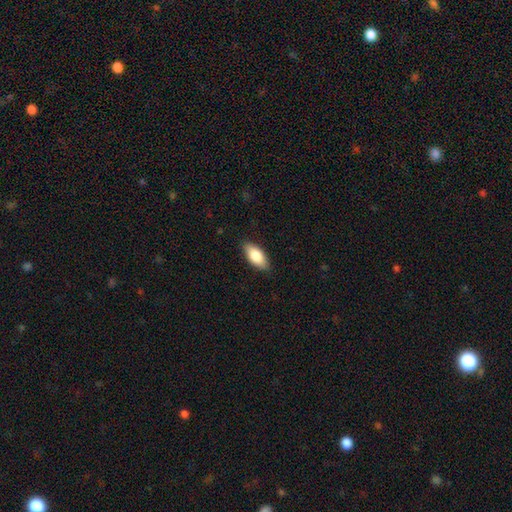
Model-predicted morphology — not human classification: This appears to be a smooth galaxy with no disk features (82%) that is in between round and cigar-shaped (87%). Merging: none (87%).